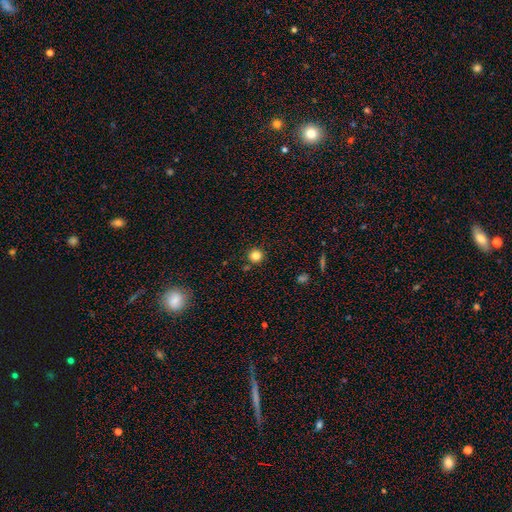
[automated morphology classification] The model was most divided on "smooth or featured": smooth: 82%, star or artifact: 13%, featured or disk: 5%. More confident: how rounded — round (95%); merging — none (86%).